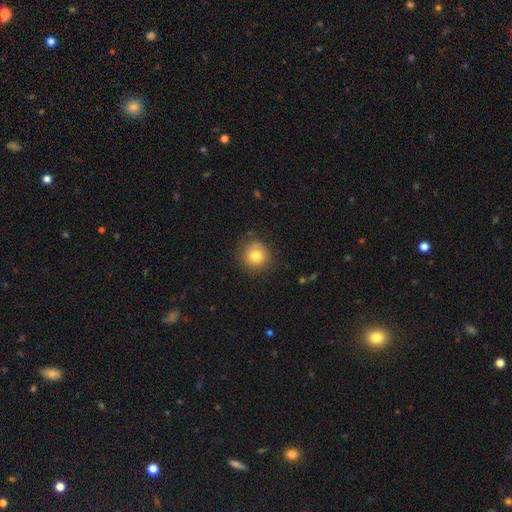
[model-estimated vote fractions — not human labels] This is likely a smooth galaxy (80%). How rounded: clearly round (93%). Merging: clearly none (85%).